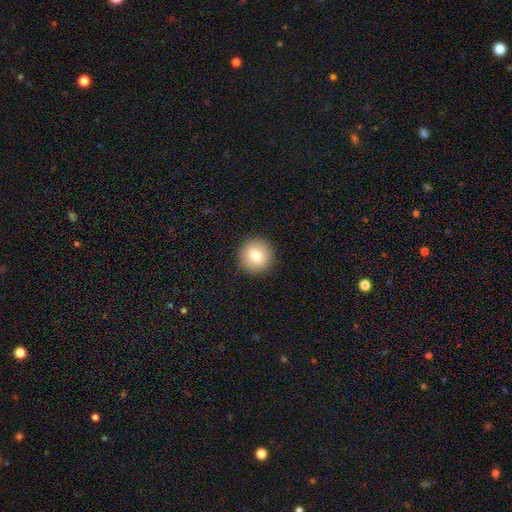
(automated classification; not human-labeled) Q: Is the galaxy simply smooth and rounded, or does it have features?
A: smooth — 80%.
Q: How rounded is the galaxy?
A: round — 94%.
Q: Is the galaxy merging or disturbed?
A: none — 92%.